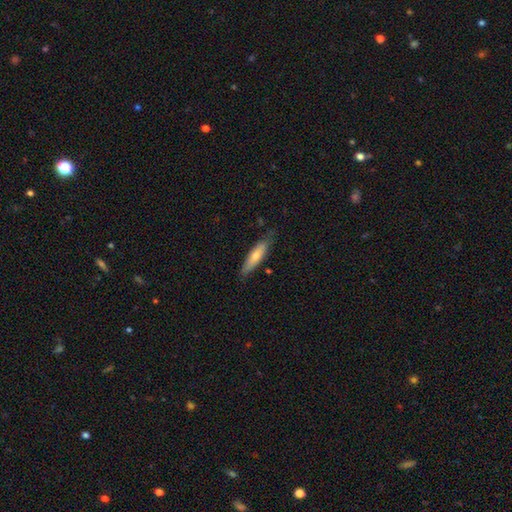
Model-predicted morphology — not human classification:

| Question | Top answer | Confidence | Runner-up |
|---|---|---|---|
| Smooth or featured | smooth | 60% | featured or disk (34%) |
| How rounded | cigar-shaped | 76% | in between (22%) |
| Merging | none | 79% | minor disturbance (17%) |